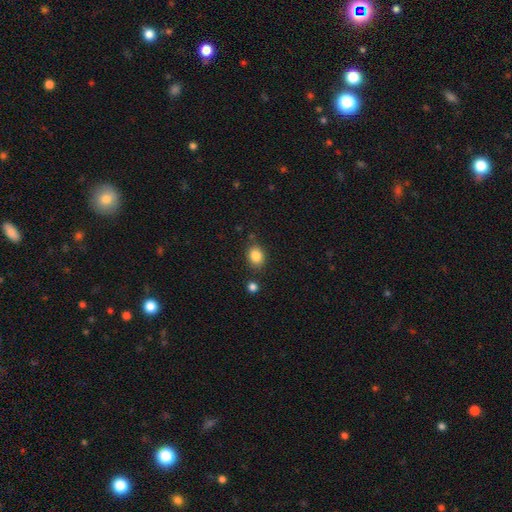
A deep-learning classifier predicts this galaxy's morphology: A smooth galaxy with no disk features (85%) that is in between round and cigar-shaped (58%). Merging: none (79%).